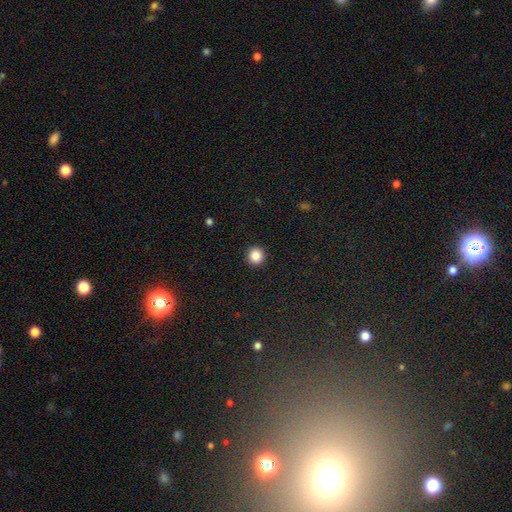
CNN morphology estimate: A smooth galaxy with no disk features (87%) that is round (95%).

Vote fractions:
- Smooth or featured? smooth: 87% / star or artifact: 10% / featured or disk: 3%
- How rounded? round: 95% / in between: 4% / cigar-shaped: 1%
- Merging? none: 93% / minor disturbance: 4% / major disturbance: 2% / merger: 1%